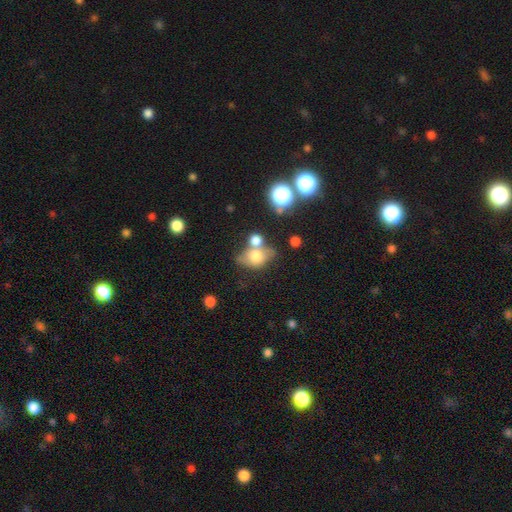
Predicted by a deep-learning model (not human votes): A smooth galaxy with no disk features (65%) that is in between round and cigar-shaped (64%).

Vote fractions:
- Smooth or featured? smooth: 65% / featured or disk: 21% / star or artifact: 13%
- How rounded? in between: 64% / round: 34% / cigar-shaped: 3%
- Merging? none: 39% / merger: 33% / minor disturbance: 18% / major disturbance: 10%